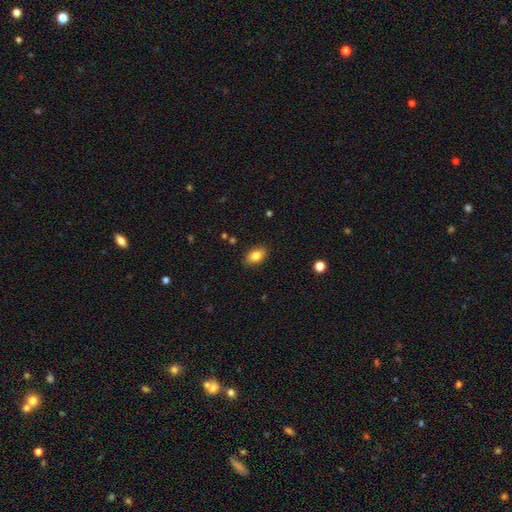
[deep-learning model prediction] This is clearly a smooth galaxy (84%). How rounded: clearly in between (89%). Merging: clearly none (87%).